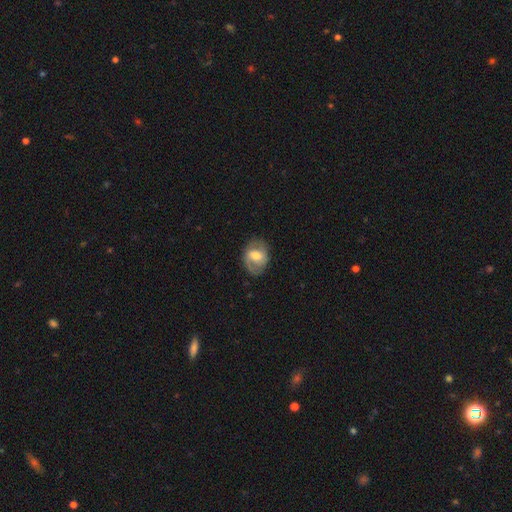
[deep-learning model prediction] This is possibly a featured or disk galaxy (51%). It is clearly not viewed edge-on (95%). Merging: likely none (74%).